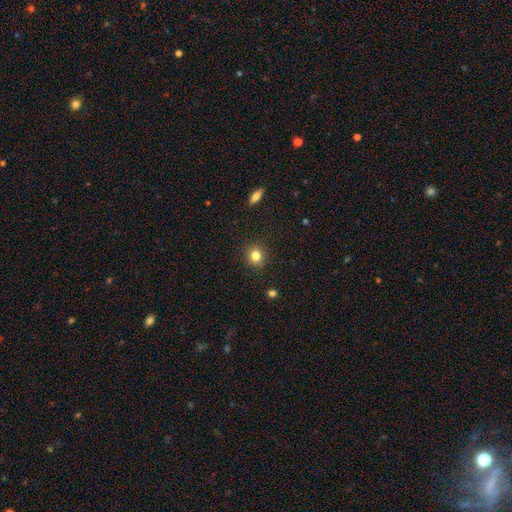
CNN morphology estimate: Overall: smooth (81%). How rounded: round (84%). Merging: none (89%).